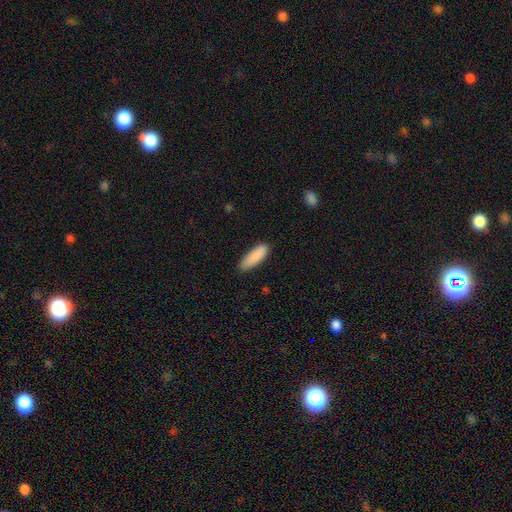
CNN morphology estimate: smooth_or_featured: smooth (p=0.89) [alt: star or artifact p=0.06]
how_rounded: in between (p=0.52) [alt: cigar-shaped p=0.46]
merging: none (p=0.80) [alt: minor disturbance p=0.16]